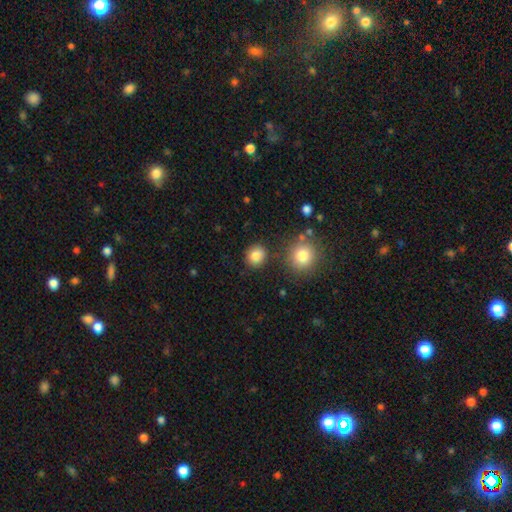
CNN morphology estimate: Q: Smooth or featured?
A: smooth (84%); runner-up: star or artifact (11%)
Q: How rounded?
A: round (83%); runner-up: in between (16%)
Q: Merging?
A: none (85%); runner-up: minor disturbance (9%)